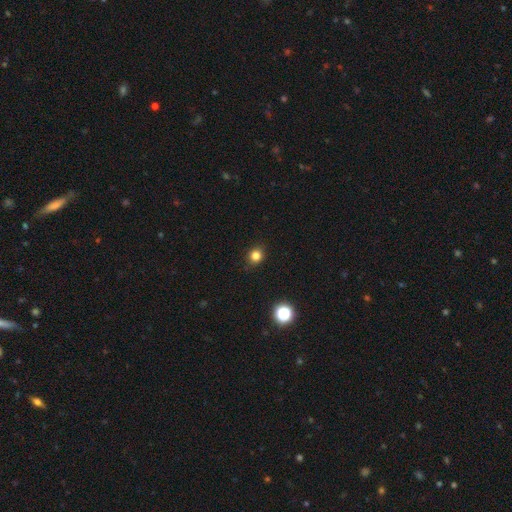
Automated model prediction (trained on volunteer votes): smooth_or_featured: smooth (p=0.81) [alt: star or artifact p=0.14]
how_rounded: round (p=0.77) [alt: in between p=0.22]
merging: none (p=0.89) [alt: minor disturbance p=0.08]